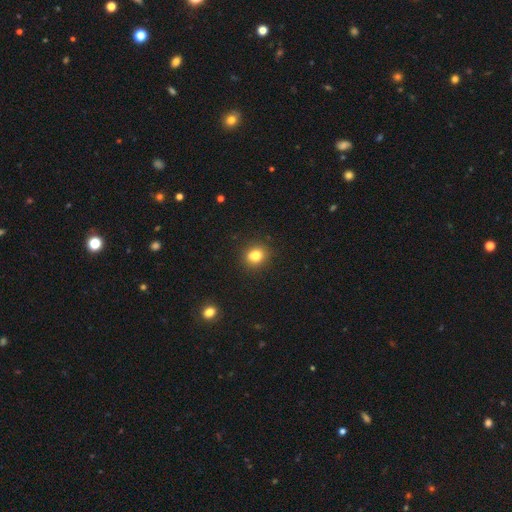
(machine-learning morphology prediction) Smooth or featured: smooth — 81% (star or artifact — 12%)
How rounded: round — 69% (in between — 30%)
Merging: none — 87% (minor disturbance — 9%)